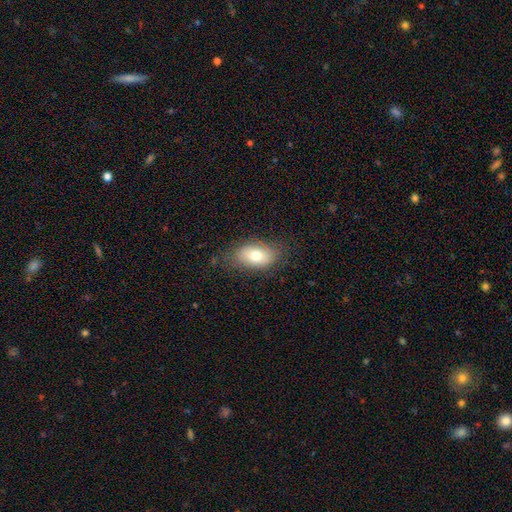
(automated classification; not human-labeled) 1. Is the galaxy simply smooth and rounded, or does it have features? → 75% smooth, 17% featured or disk, 8% star or artifact.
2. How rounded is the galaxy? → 90% in between, 8% round, 2% cigar-shaped.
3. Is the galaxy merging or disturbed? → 77% none, 17% minor disturbance, 5% major disturbance, 1% merger.